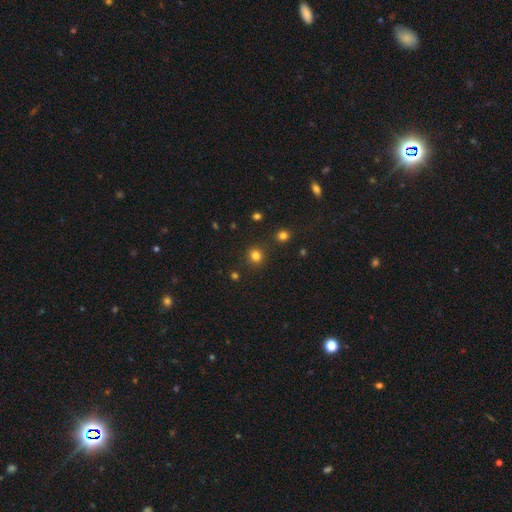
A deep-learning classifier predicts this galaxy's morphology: A smooth galaxy with no disk features (80%) that is round (88%).

Vote fractions:
- Smooth or featured? smooth: 80% / star or artifact: 15% / featured or disk: 4%
- How rounded? round: 88% / in between: 12% / cigar-shaped: 1%
- Merging? none: 87% / minor disturbance: 7% / merger: 4% / major disturbance: 3%